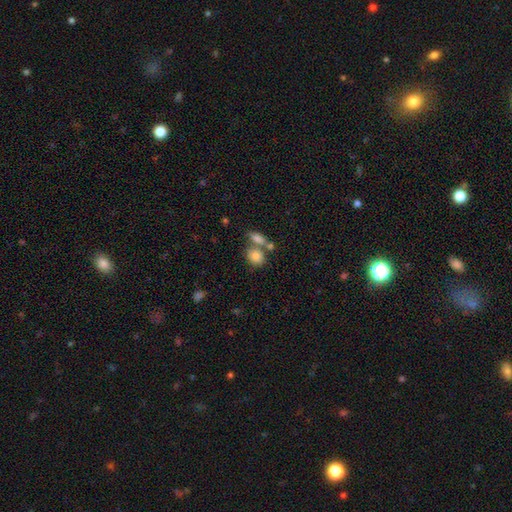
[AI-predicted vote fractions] The model was most divided on "how rounded": round: 52%, in between: 46%, cigar-shaped: 2%. Remaining: smooth or featured — smooth (81%); merging — none (48%).